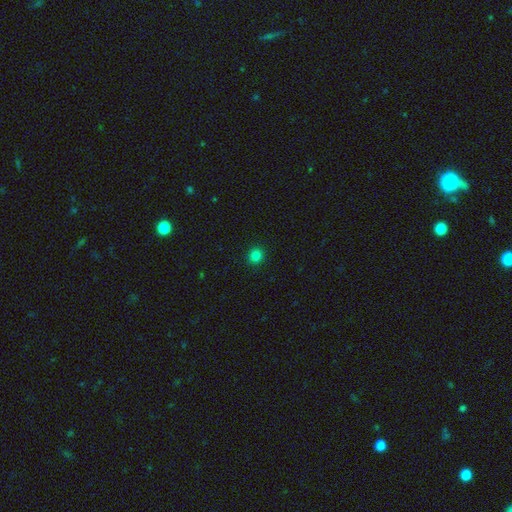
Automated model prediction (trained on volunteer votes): Smooth or featured: smooth — 82% (star or artifact — 14%)
How rounded: round — 90% (in between — 9%)
Merging: none — 92% (minor disturbance — 5%)